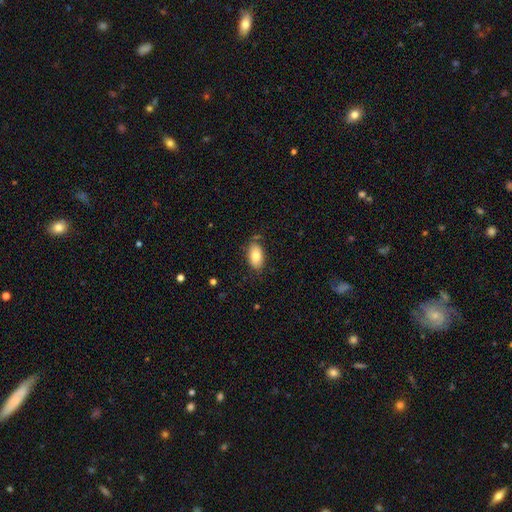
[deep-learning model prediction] Morphology: type=smooth (79%); roundness=in between (92%); merging=none (76%).